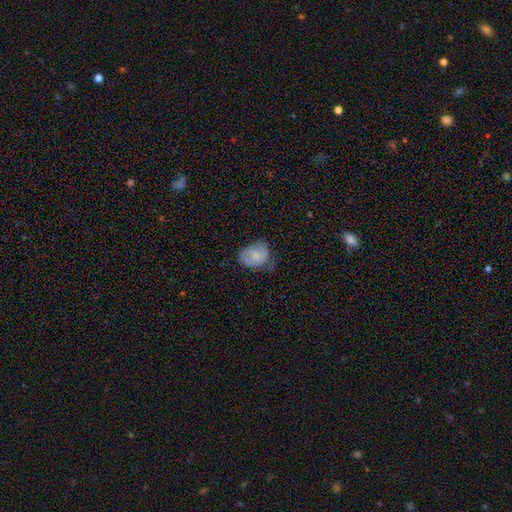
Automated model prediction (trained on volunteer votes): smooth_or_featured: smooth (p=0.72) [alt: featured or disk p=0.21]
how_rounded: in between (p=0.67) [alt: round p=0.32]
merging: minor disturbance (p=0.42) [alt: none p=0.40]